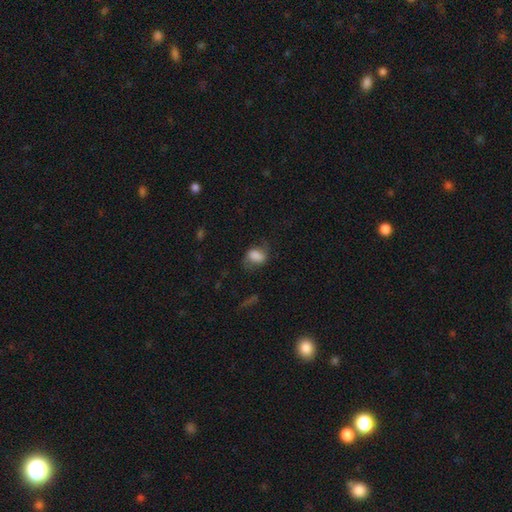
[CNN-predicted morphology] This appears to be a smooth galaxy with no disk features (69%) that is in between round and cigar-shaped (69%). Merging: none (51%).